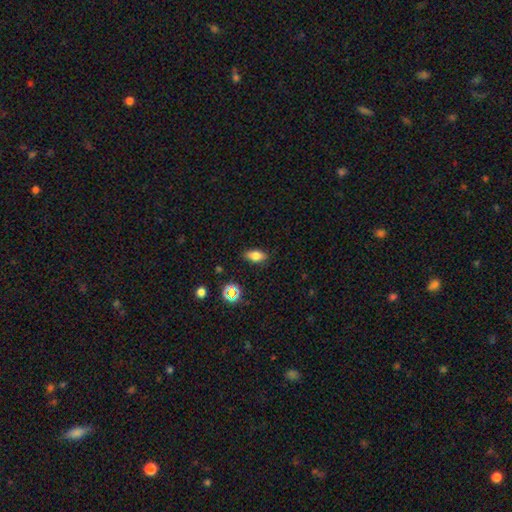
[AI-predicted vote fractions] Smooth or featured?
  - smooth: 76% *
  - featured or disk: 12%
  - star or artifact: 12%
How rounded?
  - in between: 83% *
  - cigar-shaped: 9%
  - round: 7%
Merging?
  - none: 86% *
  - minor disturbance: 10%
  - major disturbance: 3%
  - merger: 1%